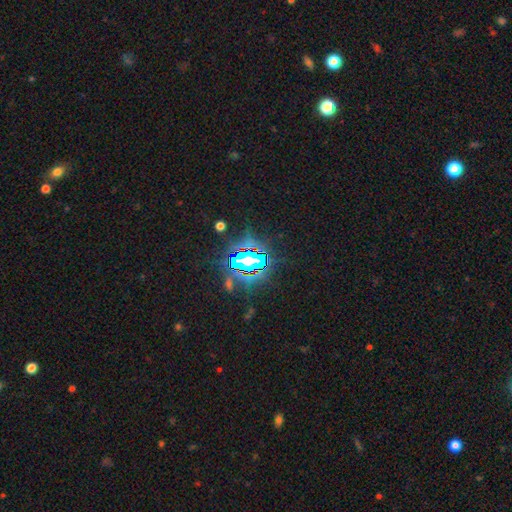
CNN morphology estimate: Smooth or featured?
  - star or artifact: 80% *
  - smooth: 11%
  - featured or disk: 9%